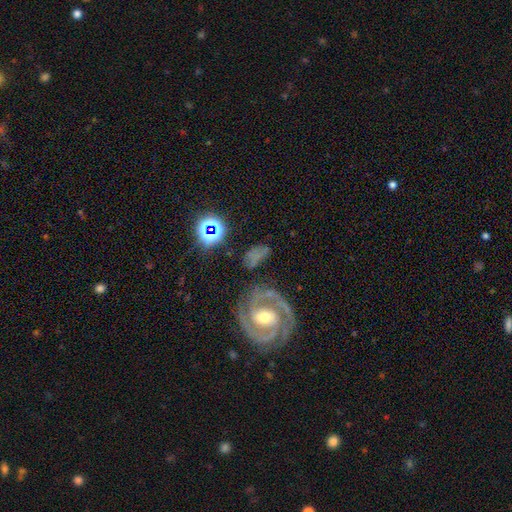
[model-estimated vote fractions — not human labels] The model was most divided on "bar": no: 41%, weak: 35%, strong: 24%. More confident: edge-on disk — no (96%); spiral arms — yes (92%); spiral arm count — 2 (81%); merging — none (73%); smooth or featured — featured or disk (67%); bulge size — moderate (60%); spiral winding — tight (57%).